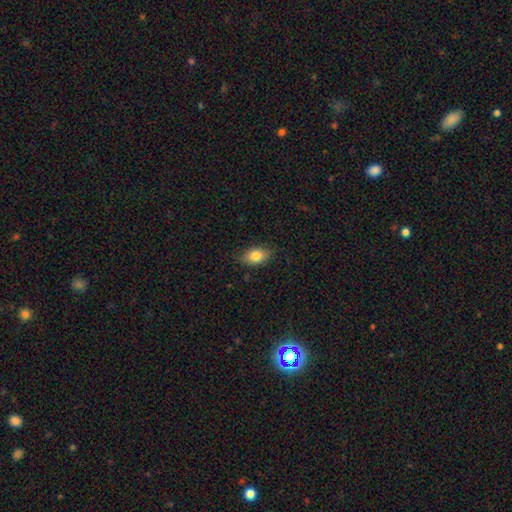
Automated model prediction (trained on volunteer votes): This is clearly a smooth galaxy (82%). How rounded: clearly in between (87%). Merging: clearly none (84%).